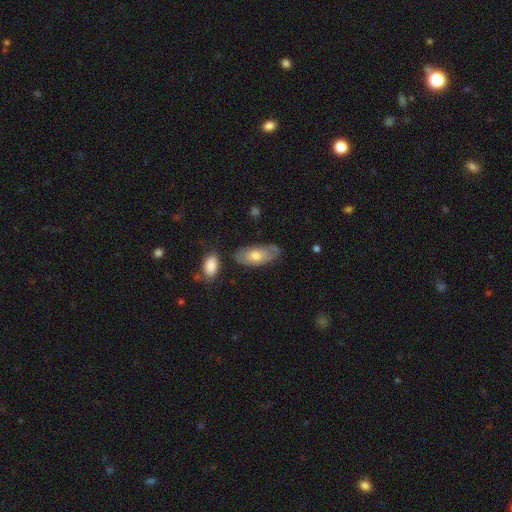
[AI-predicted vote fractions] Smooth or featured?
  - smooth: 59% *
  - featured or disk: 35%
  - star or artifact: 7%
How rounded?
  - in between: 90% *
  - cigar-shaped: 7%
  - round: 3%
Merging?
  - none: 67% *
  - minor disturbance: 23%
  - major disturbance: 6%
  - merger: 5%